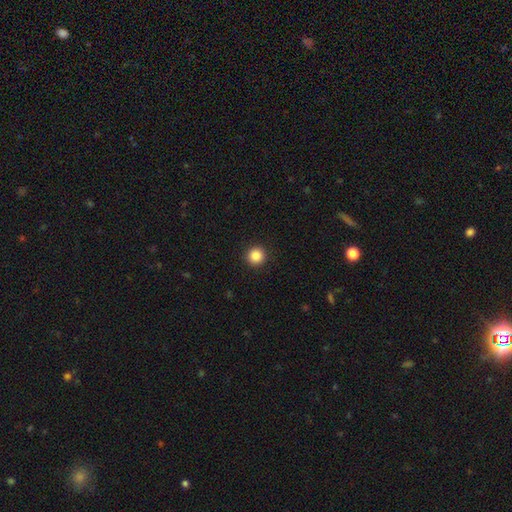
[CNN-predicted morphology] A smooth galaxy with no disk features (87%) that is round (95%).

Vote fractions:
- Smooth or featured? smooth: 87% / star or artifact: 10% / featured or disk: 3%
- How rounded? round: 95% / in between: 4% / cigar-shaped: 1%
- Merging? none: 93% / minor disturbance: 5% / major disturbance: 2% / merger: 1%